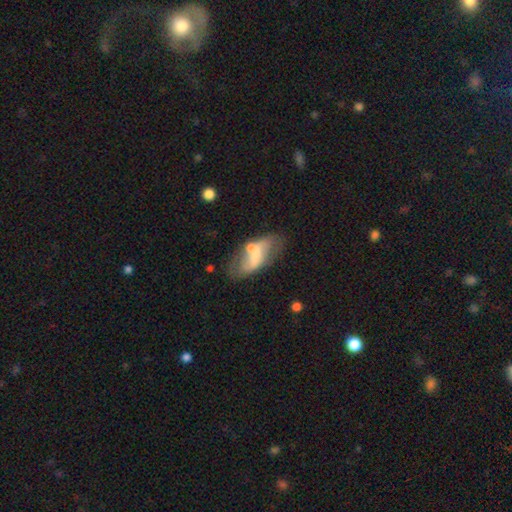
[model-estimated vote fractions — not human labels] A featured or disk galaxy (51%).

Vote fractions:
- Smooth or featured? featured or disk: 51% / smooth: 42% / star or artifact: 7%
- Edge-on disk? no: 91% / yes: 9%
- Merging? none: 47% / minor disturbance: 24% / major disturbance: 16% / merger: 13%